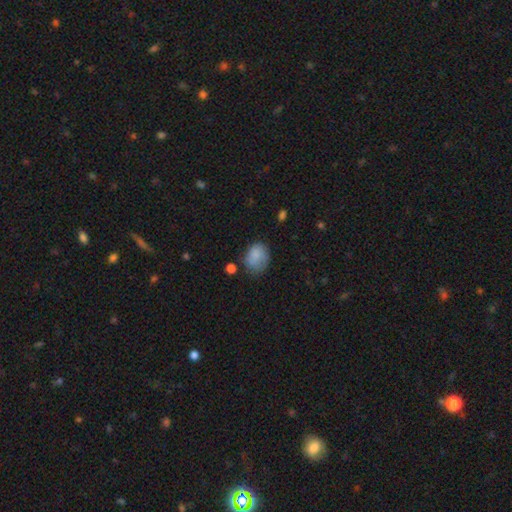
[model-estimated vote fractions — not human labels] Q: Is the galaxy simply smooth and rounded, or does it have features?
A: smooth — 81%.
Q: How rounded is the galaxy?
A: in between — 58%.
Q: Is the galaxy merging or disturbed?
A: none — 51%.